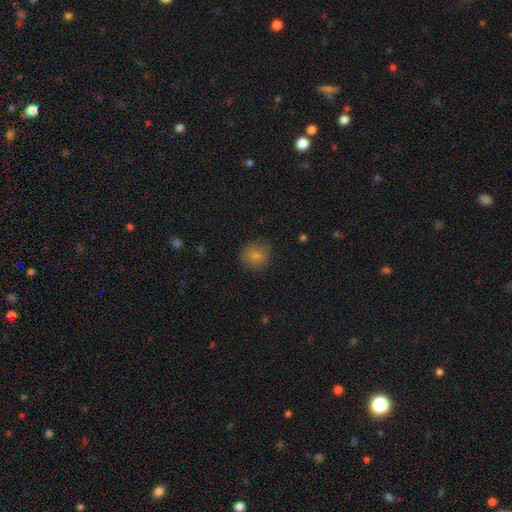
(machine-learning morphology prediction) The model was most divided on "merging": none: 78%, minor disturbance: 16%, major disturbance: 5%, merger: 1%. More confident: how rounded — round (84%); smooth or featured — smooth (80%).